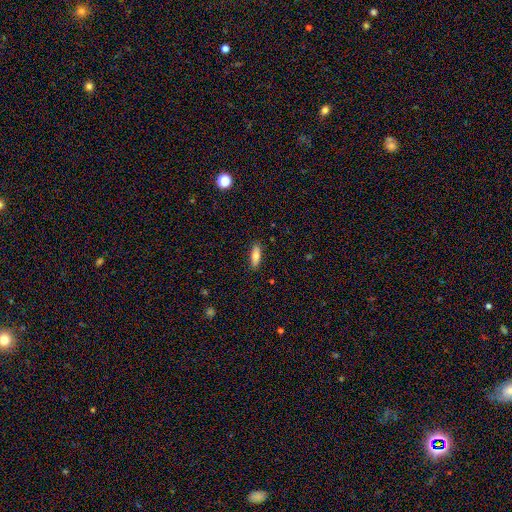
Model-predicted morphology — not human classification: This is likely a smooth galaxy (76%). How rounded: possibly in between (55%). Merging: clearly none (89%).